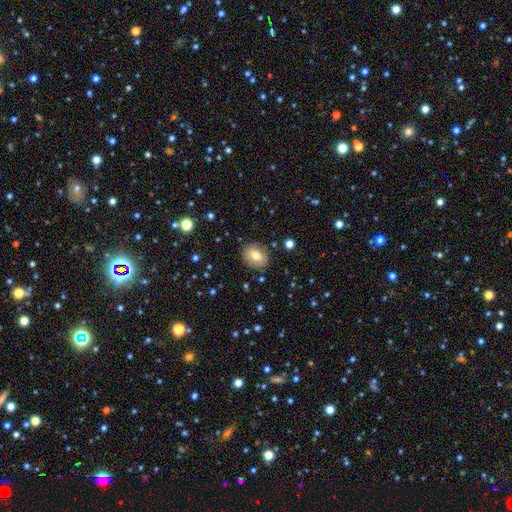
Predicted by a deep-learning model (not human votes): The model was most divided on "how rounded": round: 62%, in between: 37%, cigar-shaped: 1%. More confident: merging — none (86%); smooth or featured — smooth (73%).